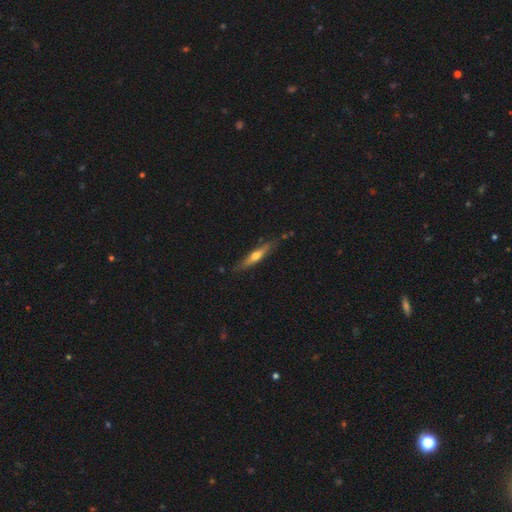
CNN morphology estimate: A featured or disk galaxy (56%) viewed edge-on (93%) with a rounded central bulge (88%). Merging: none (82%).